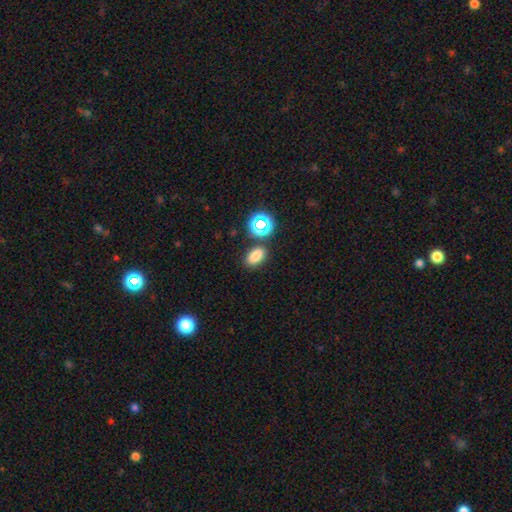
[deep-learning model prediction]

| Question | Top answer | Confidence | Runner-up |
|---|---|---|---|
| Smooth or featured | smooth | 76% | star or artifact (18%) |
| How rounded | in between | 81% | round (17%) |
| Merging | none | 80% | minor disturbance (9%) |